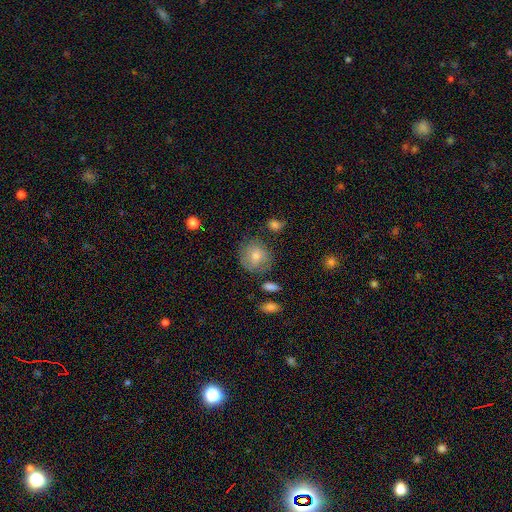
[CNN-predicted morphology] type=smooth (56%); roundness=round (81%); merging=none (72%).